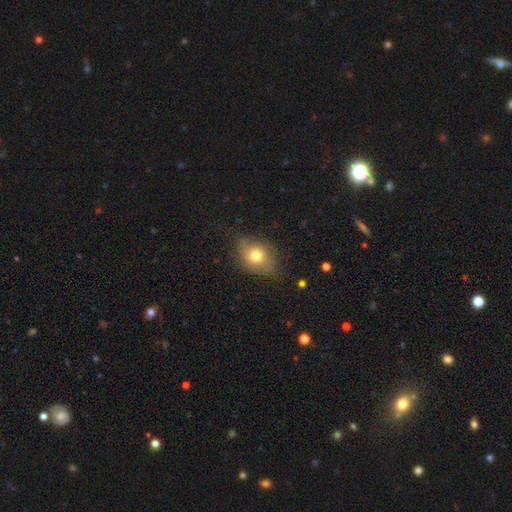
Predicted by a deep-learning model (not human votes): Overall: smooth (72%). How rounded: in between (67%; round 32%). Merging: none (69%).